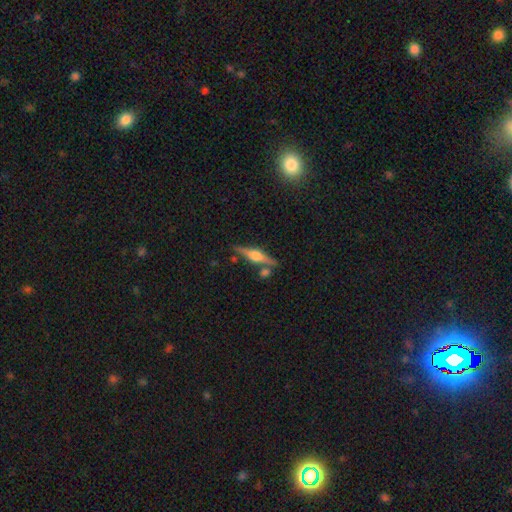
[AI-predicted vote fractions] Smooth or featured?
  - featured or disk: 76% *
  - smooth: 18%
  - star or artifact: 6%
Edge-on disk?
  - yes: 97% *
  - no: 3%
Edge-on bulge?
  - rounded: 92% *
  - boxy: 6%
  - none: 2%
Merging?
  - none: 79% *
  - minor disturbance: 9%
  - merger: 9%
  - major disturbance: 2%